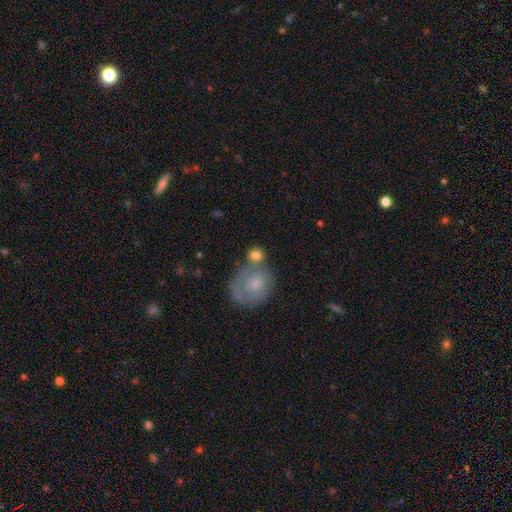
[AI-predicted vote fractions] smooth 71%, featured or disk 20%, star or artifact 9%. Down the decision tree: how rounded — round (75%); merging — none (47%).